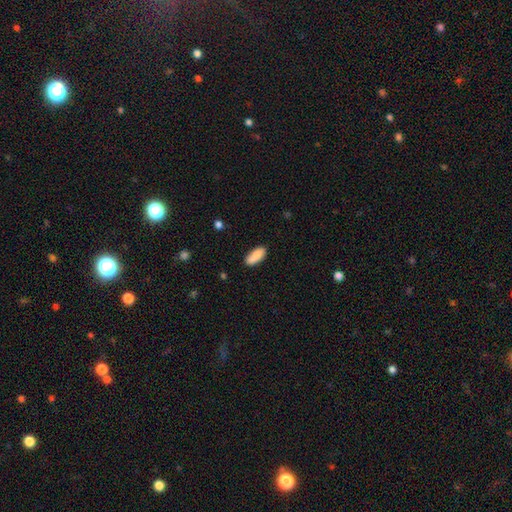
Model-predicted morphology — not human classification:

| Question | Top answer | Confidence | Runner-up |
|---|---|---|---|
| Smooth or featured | smooth | 87% | featured or disk (7%) |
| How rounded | in between | 78% | cigar-shaped (21%) |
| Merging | none | 79% | minor disturbance (15%) |